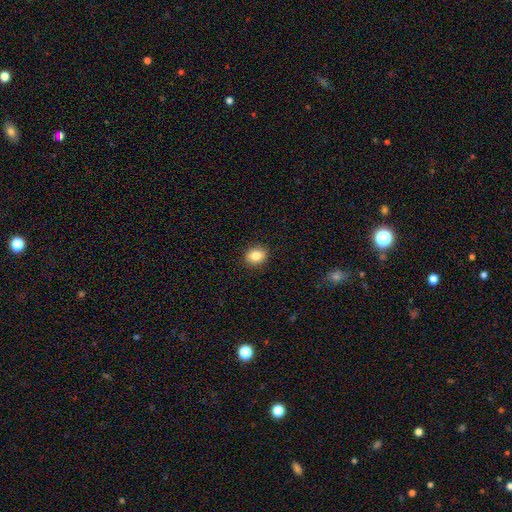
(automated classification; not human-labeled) smooth 84%, star or artifact 9%, featured or disk 7%. Down the decision tree: how rounded — round (57%); merging — none (89%).